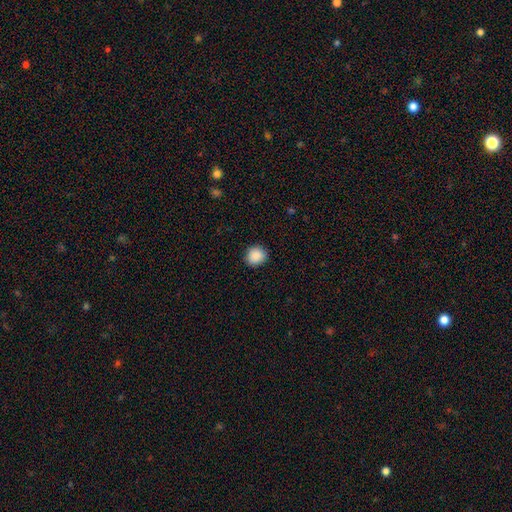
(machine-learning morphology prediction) smooth 89%, star or artifact 8%, featured or disk 3%. Down the decision tree: how rounded — round (80%); merging — none (88%).